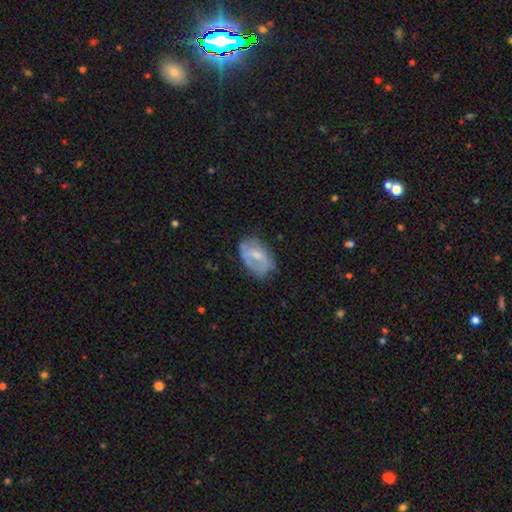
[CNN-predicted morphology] type=featured or disk (48%); merging=none (54%).